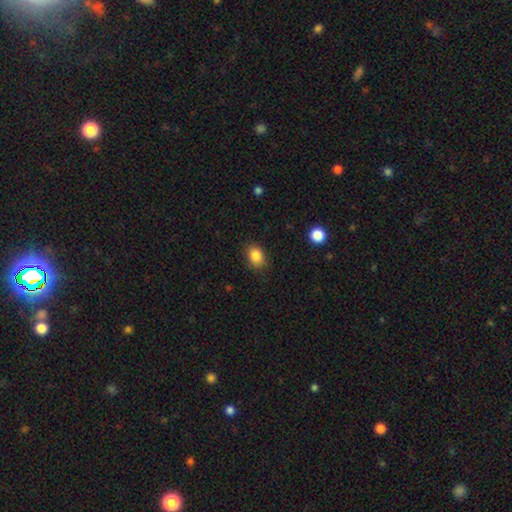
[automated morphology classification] Overall: smooth (86%). How rounded: in between (61%; round 38%). Merging: none (84%).